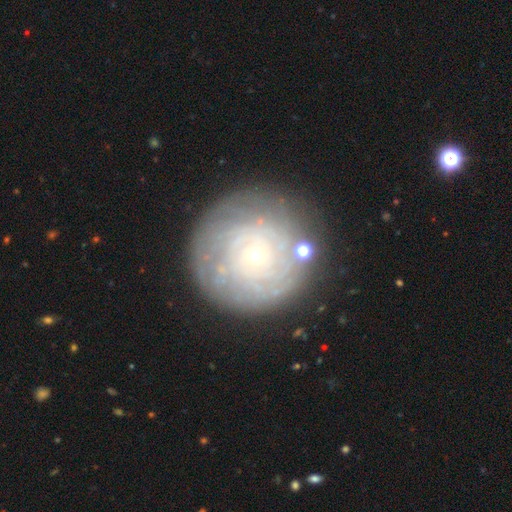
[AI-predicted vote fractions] Morphology: type=featured or disk (70%); edge-on=no (97%); bar=no (86%); spiral arms=yes (78%); winding=tight (83%); arm count=can't tell (53%); bulge=small (86%); merging=none (80%).